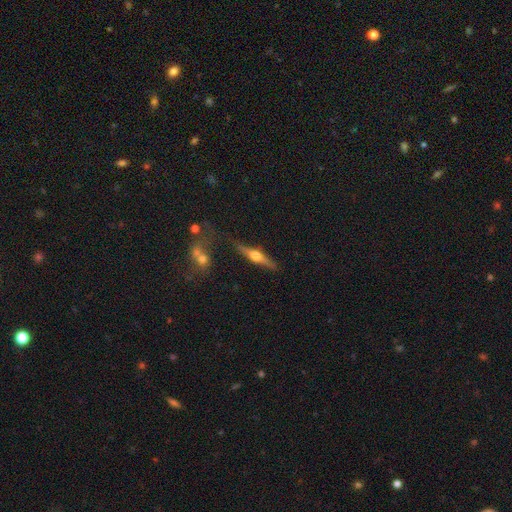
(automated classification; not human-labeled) Smooth or featured: featured or disk — 73% (smooth — 22%)
Edge-on disk: yes — 97% (no — 3%)
Edge-on bulge: rounded — 94% (boxy — 4%)
Merging: none — 82% (minor disturbance — 11%)